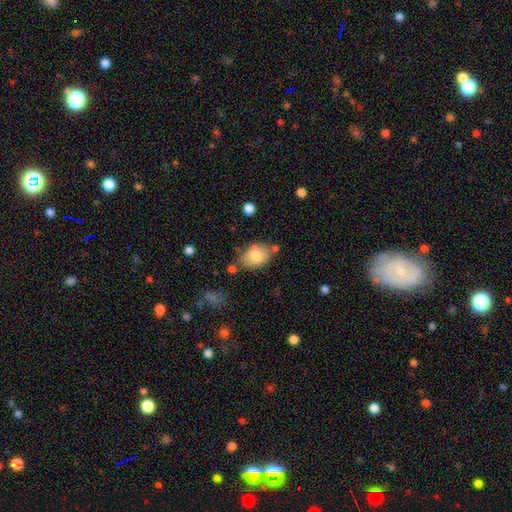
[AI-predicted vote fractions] Smooth or featured: smooth — 79% (featured or disk — 13%)
How rounded: in between — 74% (round — 25%)
Merging: none — 64% (minor disturbance — 20%)